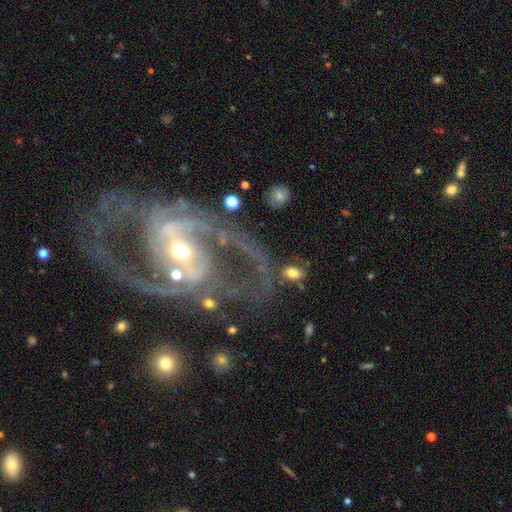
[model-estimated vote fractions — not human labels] Morphology: type=featured or disk (92%); edge-on=no (97%); bar=weak (37%, tied with strong); spiral arms=yes (97%); winding=medium (60%); arm count=2 (89%); bulge=moderate (48%); merging=none (67%).